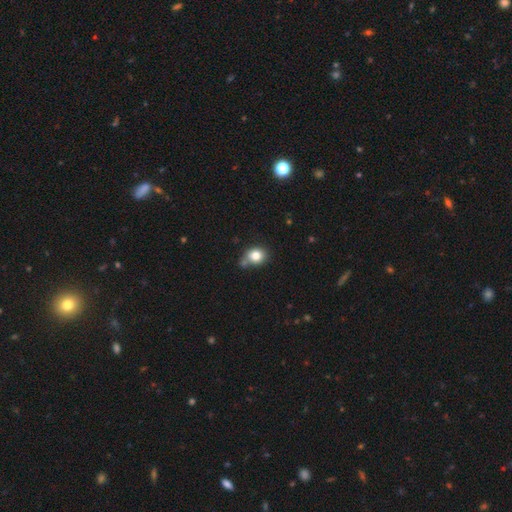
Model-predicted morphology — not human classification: smooth-or-featured: smooth: 79% | star or artifact: 11% | featured or disk: 10%
  how-rounded: round: 66% | in between: 33% | cigar-shaped: 1%
  merging: none: 57% | minor disturbance: 21% | merger: 15% | major disturbance: 6%